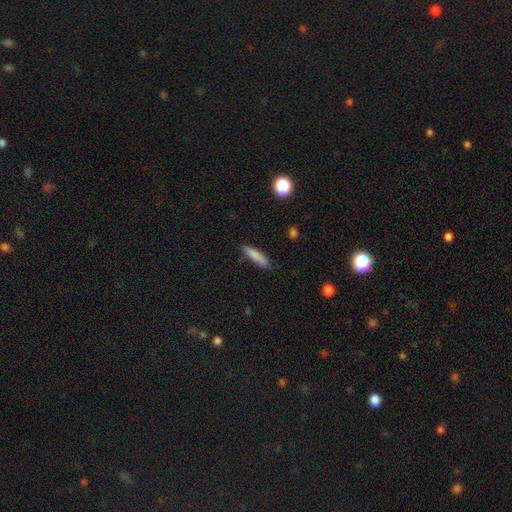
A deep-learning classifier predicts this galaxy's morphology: Overall: smooth (84%). How rounded: cigar-shaped (77%). Merging: none (85%).